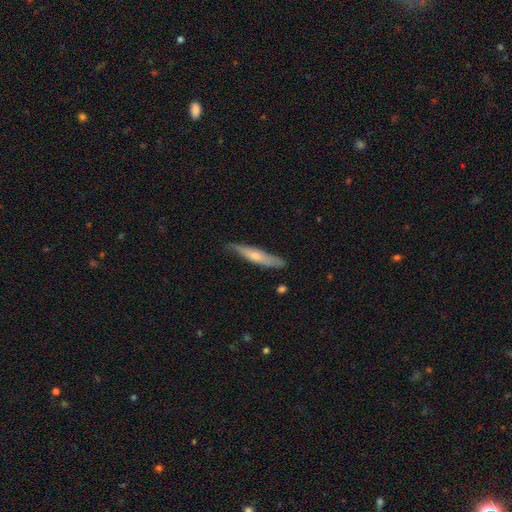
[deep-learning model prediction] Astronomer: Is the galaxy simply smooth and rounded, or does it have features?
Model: smooth — 51% (runner-up: featured or disk, 43%).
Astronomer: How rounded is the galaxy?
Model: cigar-shaped — 89%.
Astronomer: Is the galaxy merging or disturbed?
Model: none — 78%.